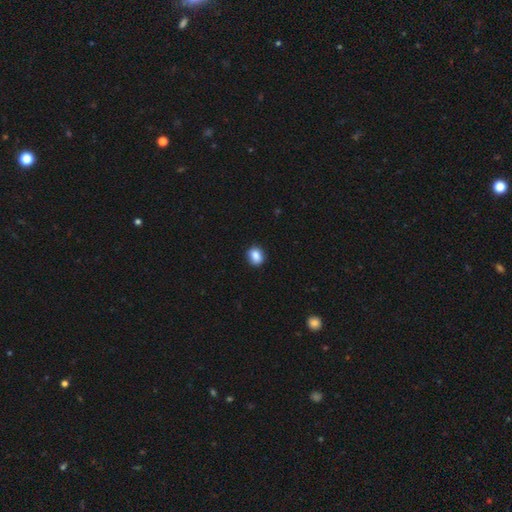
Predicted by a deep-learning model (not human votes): smooth-or-featured: smooth: 86% | star or artifact: 9% | featured or disk: 5%
  how-rounded: round: 58% | in between: 41% | cigar-shaped: 1%
  merging: none: 87% | minor disturbance: 10% | major disturbance: 2% | merger: 1%